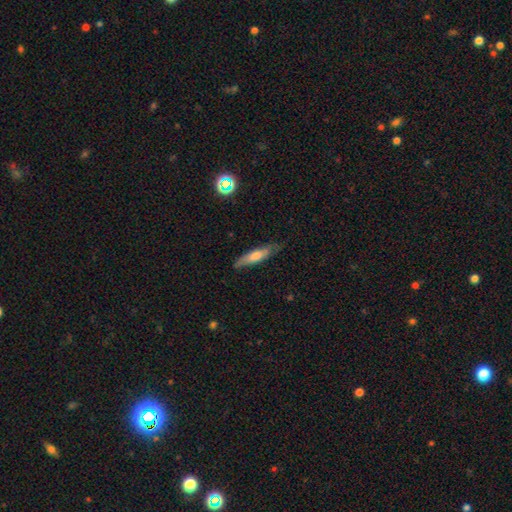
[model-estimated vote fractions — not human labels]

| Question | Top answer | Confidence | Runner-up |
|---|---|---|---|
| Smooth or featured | smooth | 53% | featured or disk (39%) |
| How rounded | cigar-shaped | 80% | in between (18%) |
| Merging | none | 76% | minor disturbance (19%) |